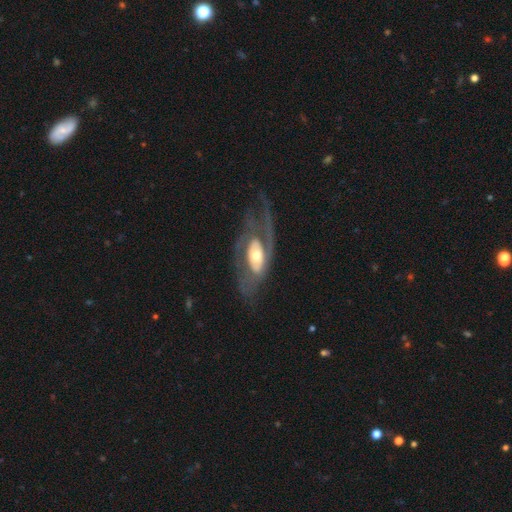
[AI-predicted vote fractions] This is likely a featured or disk galaxy (76%). It is clearly not viewed edge-on (90%). Bar: likely no (61%). Spiral arm pattern: likely yes (72%). Central bulge: likely moderate (61%). Merging: marginally none (43%).